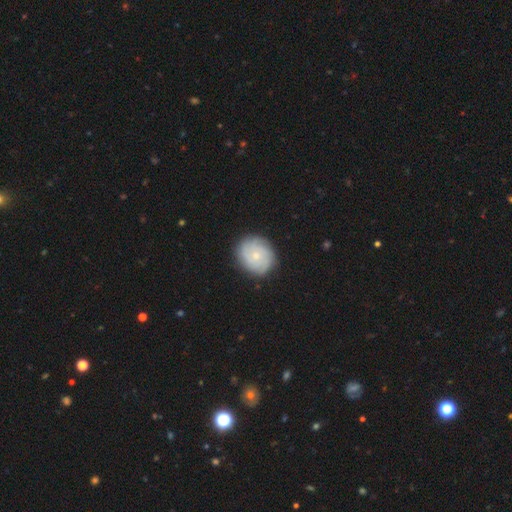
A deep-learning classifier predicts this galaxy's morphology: Smooth or featured? Predicted: featured or disk (p=0.50). Edge-on disk? Predicted: no (p=0.98). Merging? Predicted: none (p=0.83).